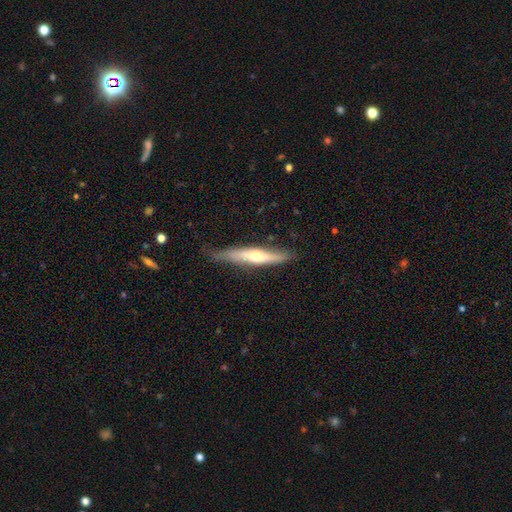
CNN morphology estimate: featured or disk 56%, smooth 39%, star or artifact 6%. Down the decision tree: edge-on disk — yes (90%); edge-on bulge — rounded (81%); merging — none (75%).